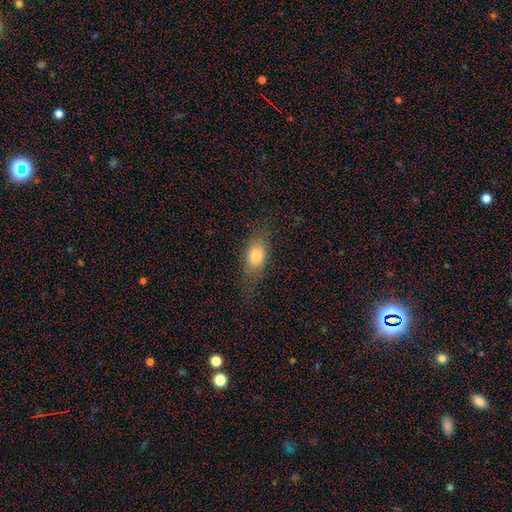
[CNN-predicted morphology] Smooth or featured? Predicted: smooth (p=0.73). How rounded? Predicted: in between (p=0.74). Merging? Predicted: none (p=0.71).